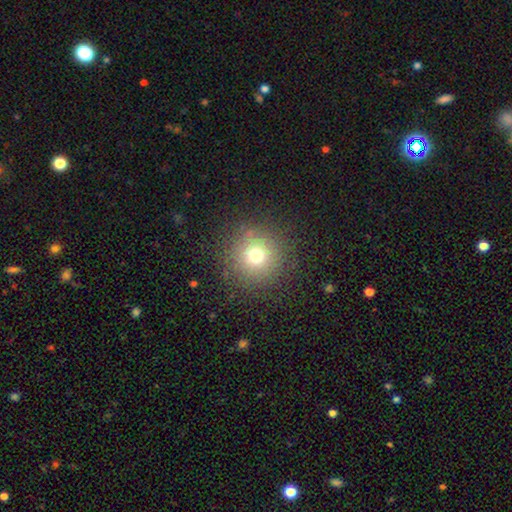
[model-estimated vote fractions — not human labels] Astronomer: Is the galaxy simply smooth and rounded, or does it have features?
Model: smooth — 70%.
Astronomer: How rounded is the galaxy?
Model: round — 95%.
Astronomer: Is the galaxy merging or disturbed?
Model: none — 86%.